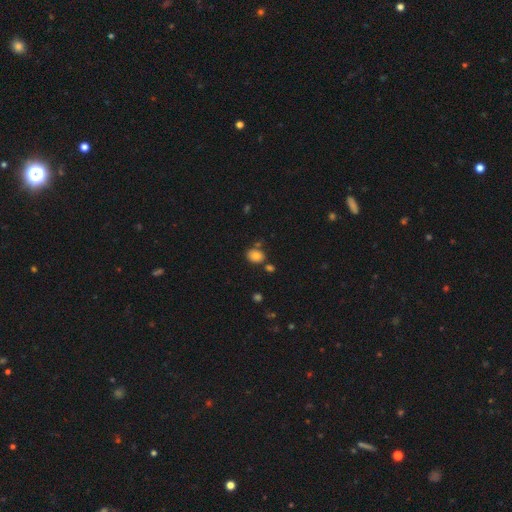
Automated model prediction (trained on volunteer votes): Smooth or featured: smooth — 81% (star or artifact — 11%)
How rounded: in between — 52% (round — 47%)
Merging: none — 73% (minor disturbance — 13%)